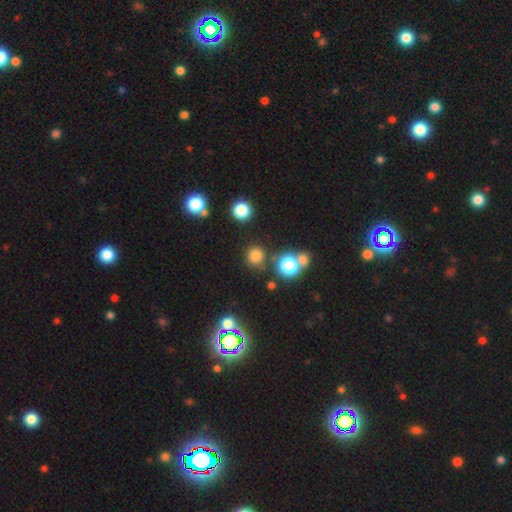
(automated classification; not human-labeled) smooth 74%, star or artifact 20%, featured or disk 6%. Down the decision tree: how rounded — round (90%); merging — none (79%).